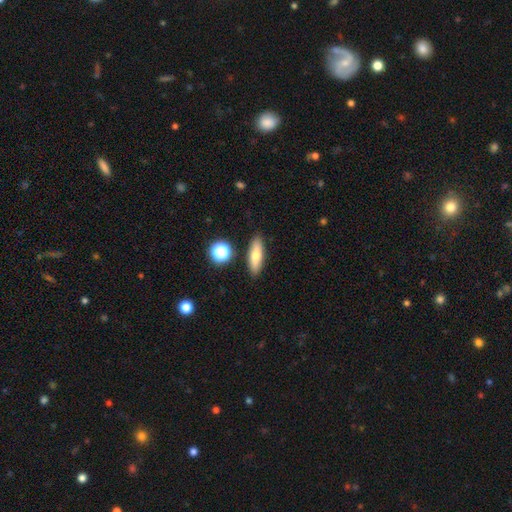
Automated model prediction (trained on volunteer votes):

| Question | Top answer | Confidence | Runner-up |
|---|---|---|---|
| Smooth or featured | smooth | 70% | featured or disk (22%) |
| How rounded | cigar-shaped | 51% | in between (45%) |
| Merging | none | 86% | minor disturbance (8%) |